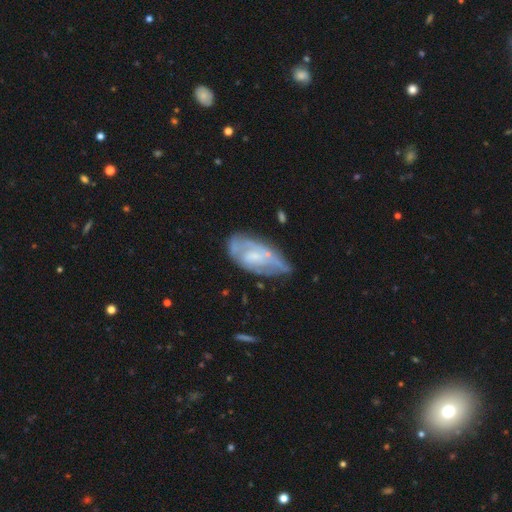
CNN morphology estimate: featured or disk 64%, smooth 29%, star or artifact 7%. Down the decision tree: edge-on disk — no (92%); bar — no (60%); spiral arms — yes (63%); bulge size — small (48%); merging — none (48%).